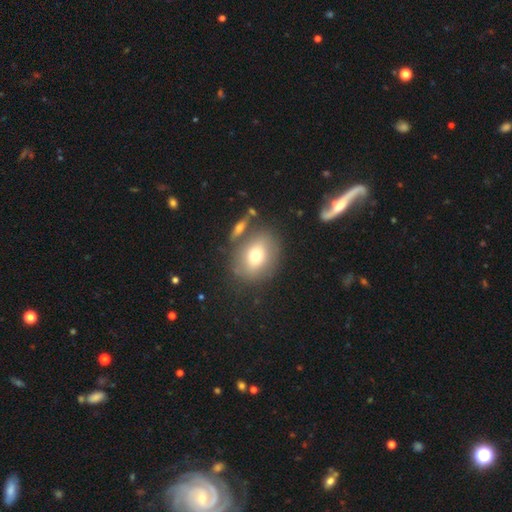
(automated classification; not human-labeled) Smooth or featured? Predicted: smooth (p=0.69). How rounded? Predicted: in between (p=0.52). Merging? Predicted: none (p=0.71).